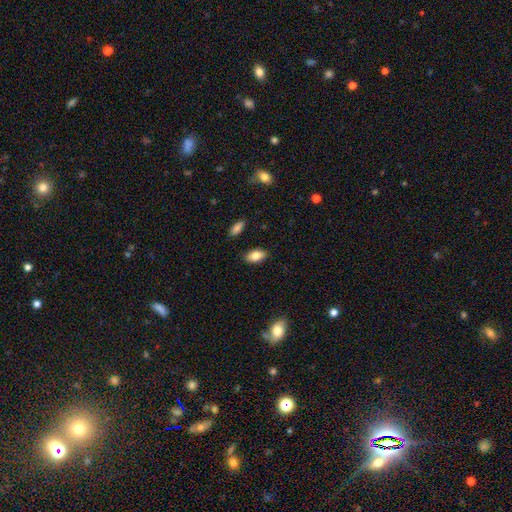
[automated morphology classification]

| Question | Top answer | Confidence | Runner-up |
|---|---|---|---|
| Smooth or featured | smooth | 82% | featured or disk (11%) |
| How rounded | in between | 92% | round (4%) |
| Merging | none | 87% | minor disturbance (9%) |